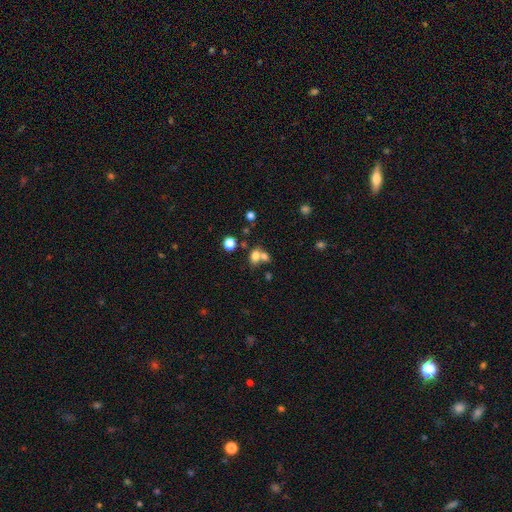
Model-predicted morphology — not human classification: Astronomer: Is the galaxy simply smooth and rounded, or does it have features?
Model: smooth — 73%.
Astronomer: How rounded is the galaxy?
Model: in between — 51% (runner-up: round, 48%).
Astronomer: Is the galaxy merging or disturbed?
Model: merger — 53% (runner-up: none, 34%).